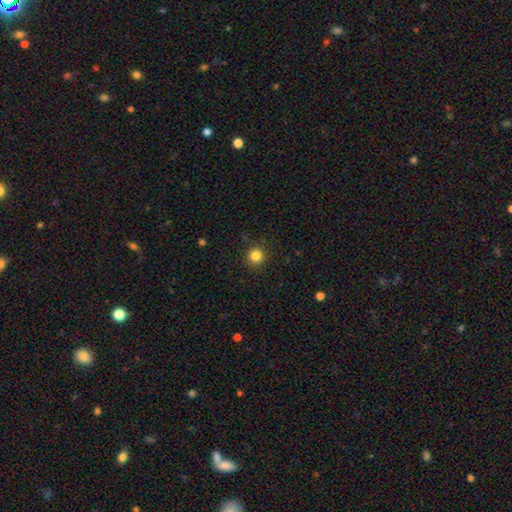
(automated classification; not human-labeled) smooth 84%, star or artifact 12%, featured or disk 4%. Down the decision tree: how rounded — round (95%); merging — none (91%).